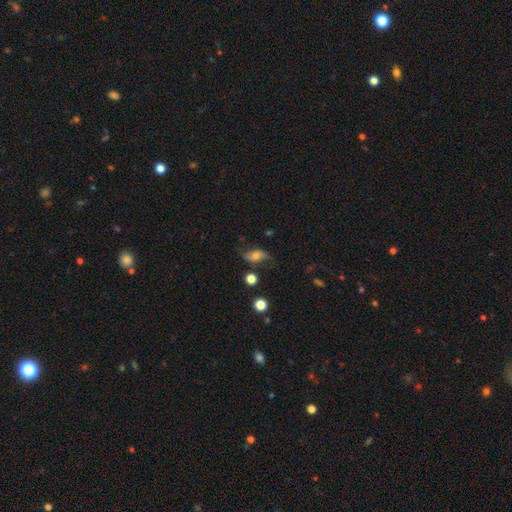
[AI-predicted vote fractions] Morphology: type=featured or disk (54%); edge-on=no (90%); merging=none (65%).